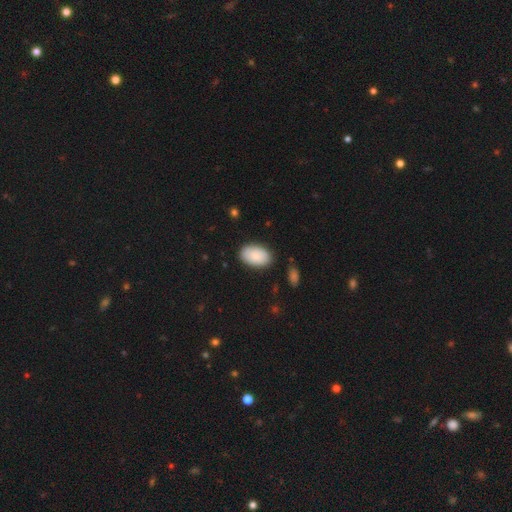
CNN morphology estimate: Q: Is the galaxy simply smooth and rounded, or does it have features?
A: smooth — 84%.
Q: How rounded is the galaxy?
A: in between — 93%.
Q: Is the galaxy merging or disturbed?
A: none — 83%.